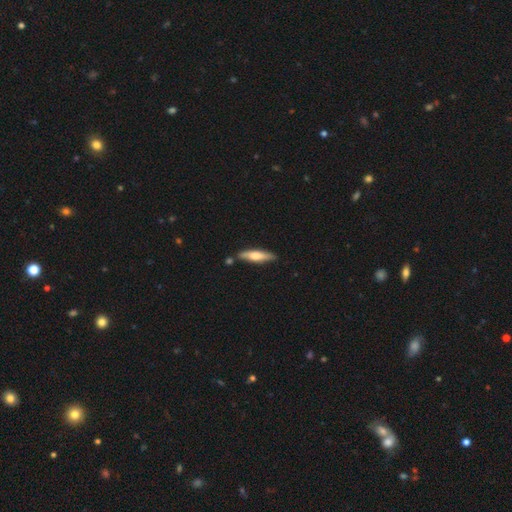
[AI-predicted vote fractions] A smooth galaxy with no disk features (54%) that is cigar-shaped (77%). Merging: none (78%).